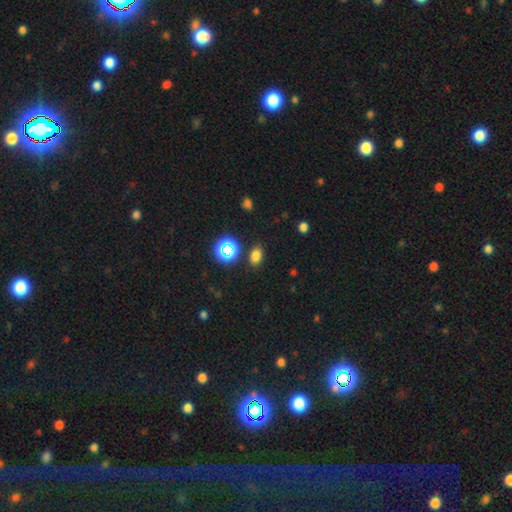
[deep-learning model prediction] A smooth galaxy with no disk features (74%) that is in between round and cigar-shaped (77%). Merging: none (84%).